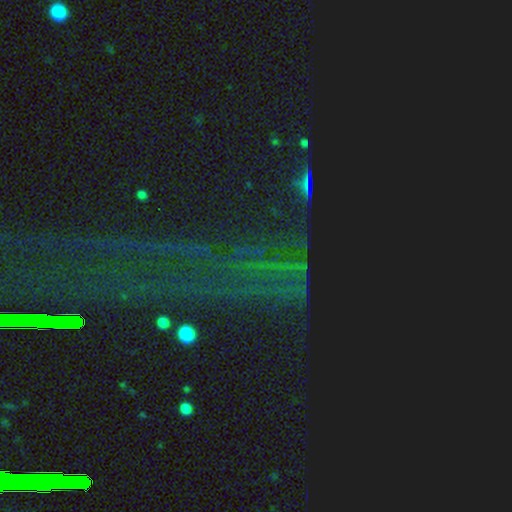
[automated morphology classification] star or artifact 81%, smooth 10%, featured or disk 10%.